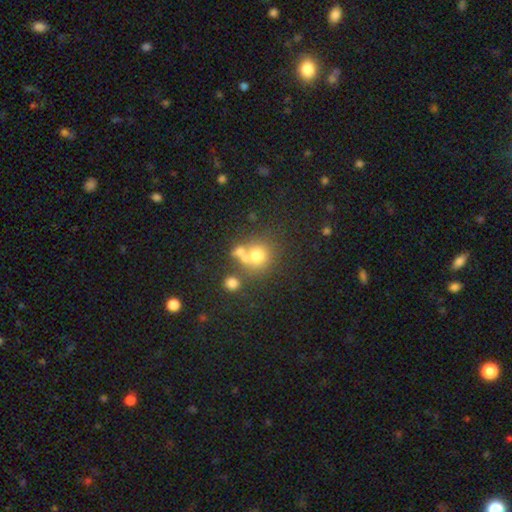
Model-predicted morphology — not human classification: type=smooth (69%); roundness=round (85%); merging=none (50%).